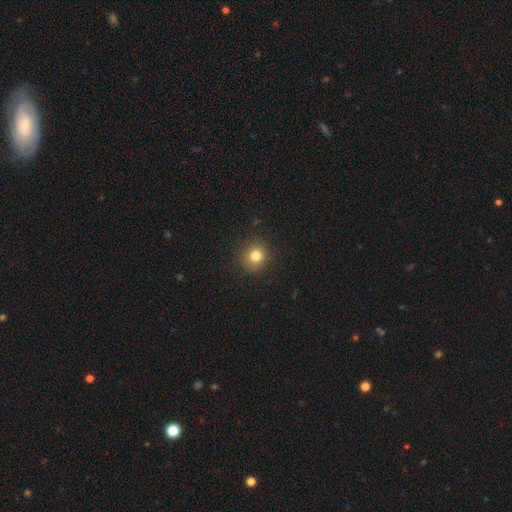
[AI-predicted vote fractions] smooth_or_featured: smooth (p=0.79) [alt: star or artifact p=0.13]
how_rounded: round (p=0.89) [alt: in between p=0.10]
merging: none (p=0.89) [alt: minor disturbance p=0.07]